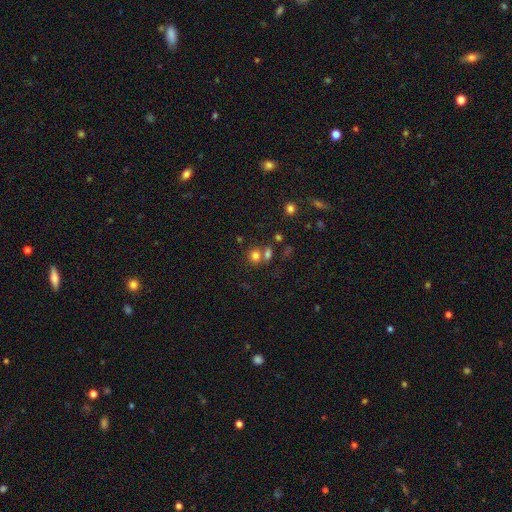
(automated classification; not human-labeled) A smooth galaxy with no disk features (76%) that is round (78%). Merging: none (55%).